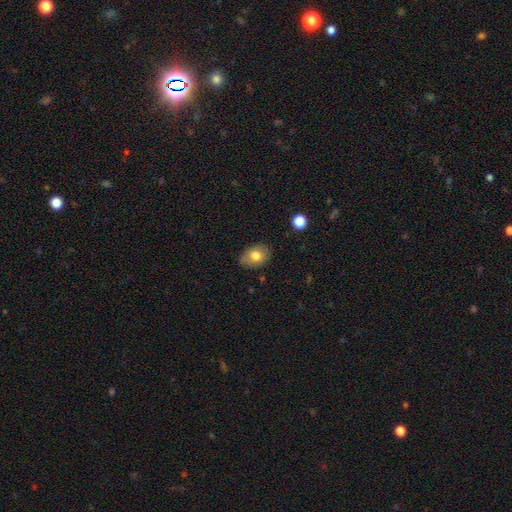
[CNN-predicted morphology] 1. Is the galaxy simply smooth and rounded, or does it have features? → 77% smooth, 15% featured or disk, 8% star or artifact.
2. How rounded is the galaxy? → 78% in between, 21% round, 1% cigar-shaped.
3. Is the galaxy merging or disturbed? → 79% none, 16% minor disturbance, 3% major disturbance, 1% merger.